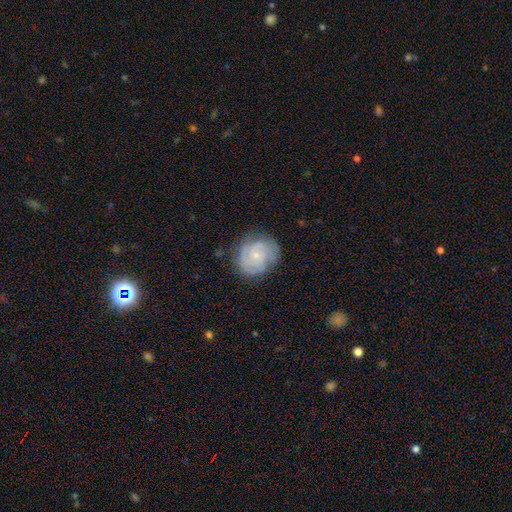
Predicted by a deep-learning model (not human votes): This is possibly a featured or disk galaxy (58%). It is clearly not viewed edge-on (98%). Bar: clearly no (80%). Spiral arm pattern: clearly yes (84%). Central bulge: likely small (79%). Merging: likely none (71%).